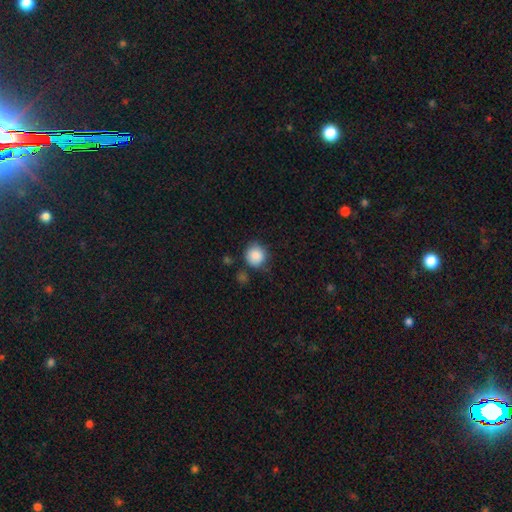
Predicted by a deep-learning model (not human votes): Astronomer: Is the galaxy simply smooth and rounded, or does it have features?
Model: smooth — 88%.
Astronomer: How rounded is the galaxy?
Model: round — 89%.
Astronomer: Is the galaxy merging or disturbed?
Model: none — 72%.